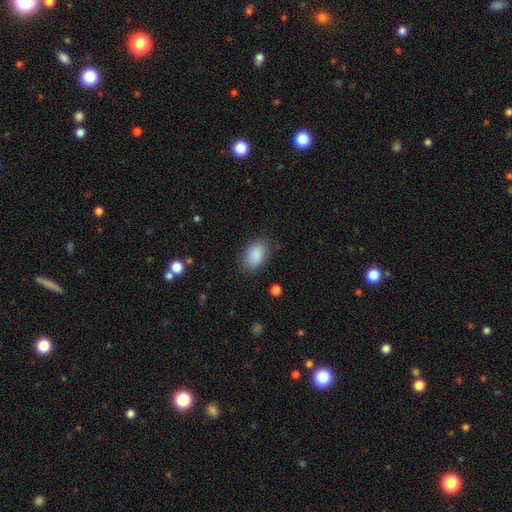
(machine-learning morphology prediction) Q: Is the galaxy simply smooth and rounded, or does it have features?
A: smooth — 88%.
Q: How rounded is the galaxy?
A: in between — 91%.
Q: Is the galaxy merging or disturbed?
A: none — 81%.